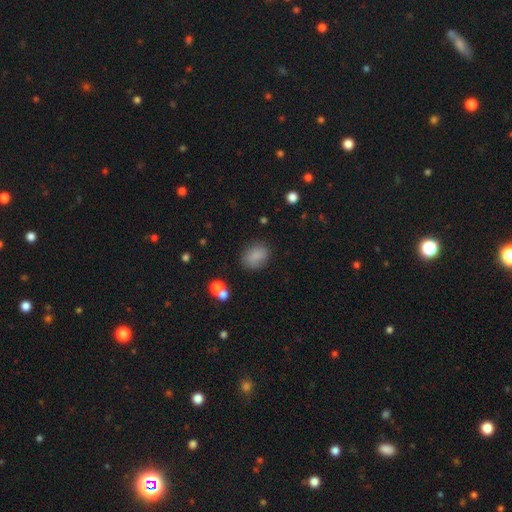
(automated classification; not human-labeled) smooth-or-featured: smooth: 82% | star or artifact: 10% | featured or disk: 8%
  how-rounded: in between: 63% | round: 36% | cigar-shaped: 2%
  merging: none: 77% | minor disturbance: 15% | major disturbance: 5% | merger: 3%